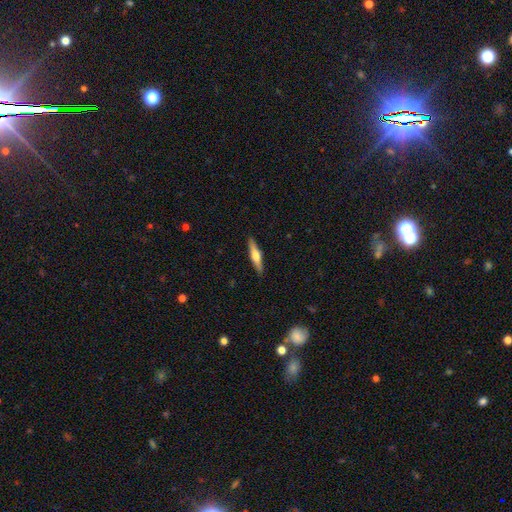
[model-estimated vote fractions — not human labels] The model was most divided on "smooth or featured": featured or disk: 53%, smooth: 41%, star or artifact: 6%. More confident: edge-on disk — yes (96%); merging — none (90%); edge-on bulge — rounded (90%).